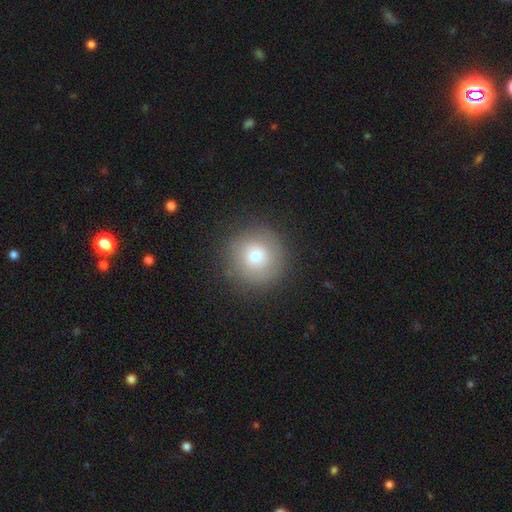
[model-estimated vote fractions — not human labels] Overall: smooth (71%). How rounded: round (96%). Merging: none (88%).